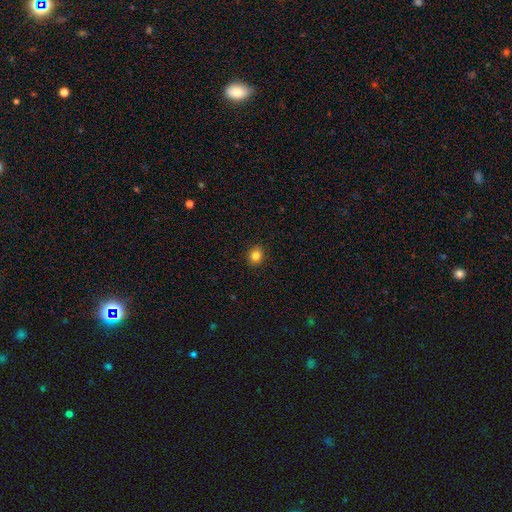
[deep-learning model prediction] This appears to be a smooth galaxy with no disk features (83%) that is round (72%). Merging: none (91%).